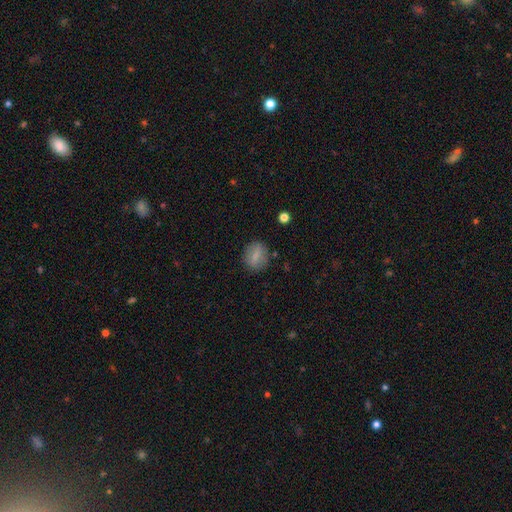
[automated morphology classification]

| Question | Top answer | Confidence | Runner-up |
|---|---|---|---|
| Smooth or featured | smooth | 71% | featured or disk (20%) |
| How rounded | round | 54% | in between (42%) |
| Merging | none | 82% | minor disturbance (12%) |